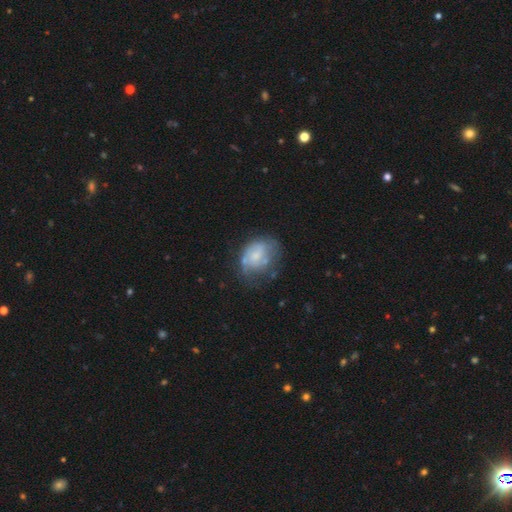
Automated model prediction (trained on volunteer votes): smooth_or_featured: smooth (p=0.46) [alt: featured or disk p=0.45]
merging: none (p=0.42) [alt: minor disturbance p=0.30]